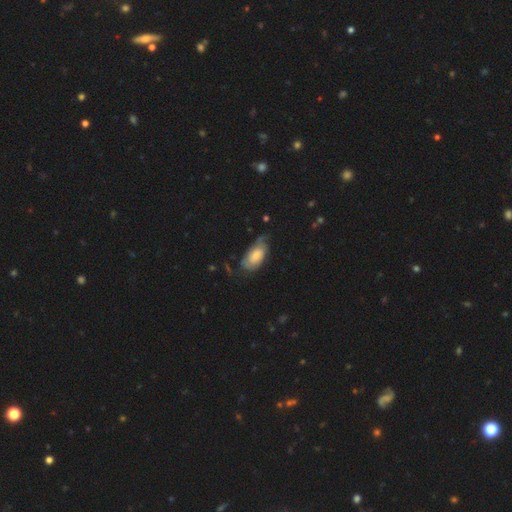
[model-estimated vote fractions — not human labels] The model was most divided on "smooth or featured": featured or disk: 48%, smooth: 46%, star or artifact: 7%. More confident: merging — none (52%).